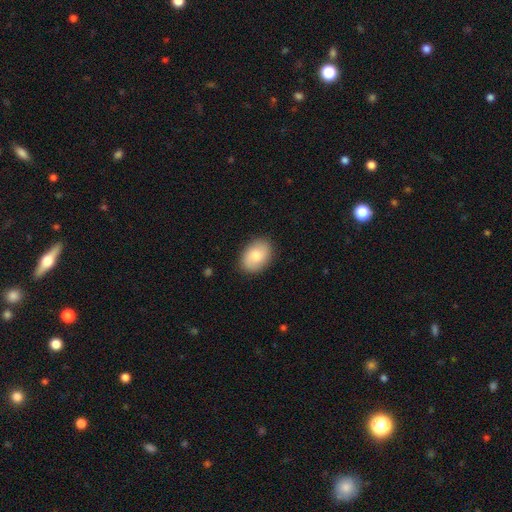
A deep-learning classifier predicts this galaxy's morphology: Smooth or featured? smooth (74%)
How rounded? in between (80%)
Merging? none (86%)